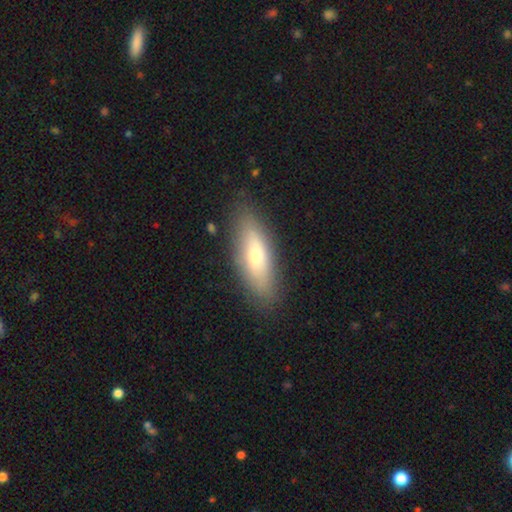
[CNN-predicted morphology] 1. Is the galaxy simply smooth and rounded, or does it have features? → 66% smooth, 28% featured or disk, 7% star or artifact.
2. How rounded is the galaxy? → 55% in between, 43% cigar-shaped, 2% round.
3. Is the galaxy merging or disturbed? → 84% none, 12% minor disturbance, 3% major disturbance, 1% merger.